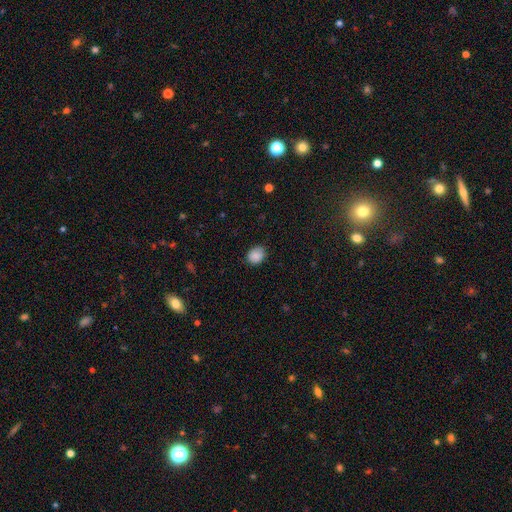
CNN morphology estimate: Smooth or featured? smooth (88%)
How rounded? round (56%)
Merging? none (82%)